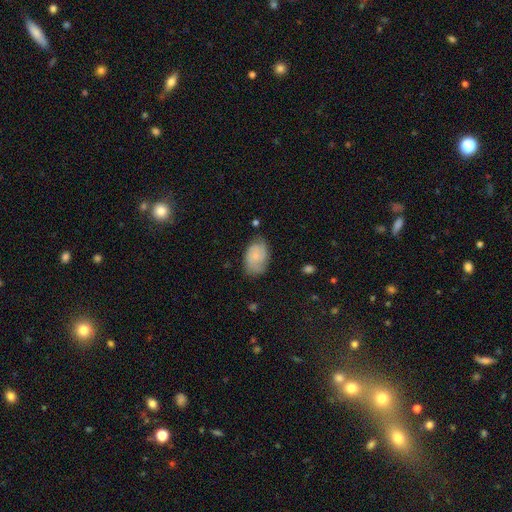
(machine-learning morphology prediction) Smooth or featured?
  - featured or disk: 48% *
  - smooth: 44%
  - star or artifact: 8%
Merging?
  - none: 67% *
  - minor disturbance: 24%
  - major disturbance: 7%
  - merger: 2%